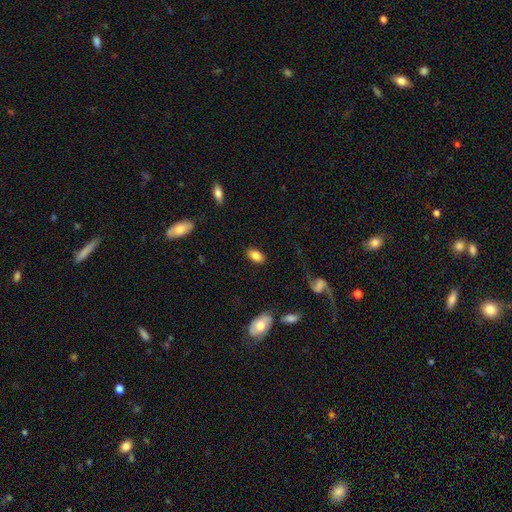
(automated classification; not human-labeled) The model was most divided on "smooth or featured": smooth: 83%, featured or disk: 9%, star or artifact: 8%. More confident: how rounded — in between (90%); merging — none (85%).